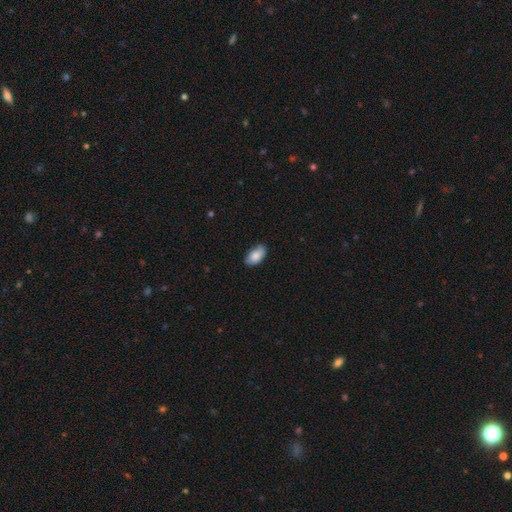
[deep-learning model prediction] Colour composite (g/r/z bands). It shows a smooth galaxy with no disk features (84%) that is in between round and cigar-shaped (94%). Merging: none (80%).